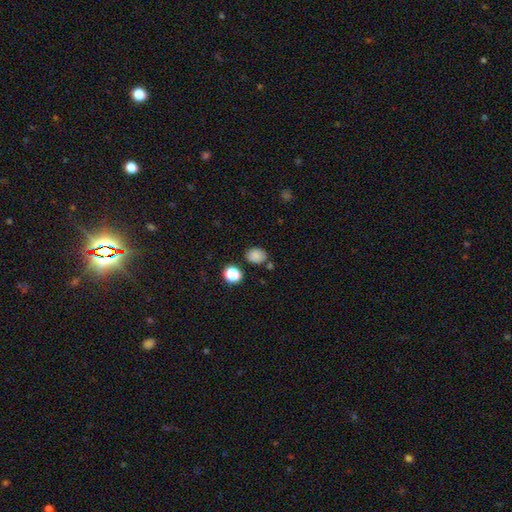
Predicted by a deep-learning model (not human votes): This is clearly a smooth galaxy (81%). How rounded: possibly in between (53%). Merging: likely none (75%).